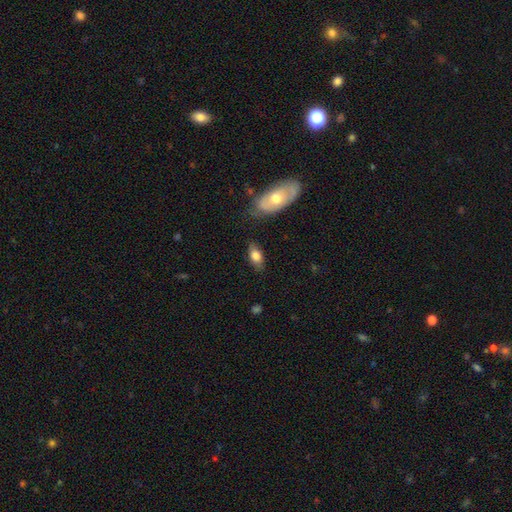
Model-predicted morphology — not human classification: Smooth or featured? smooth (77%)
How rounded? in between (87%)
Merging? none (76%)